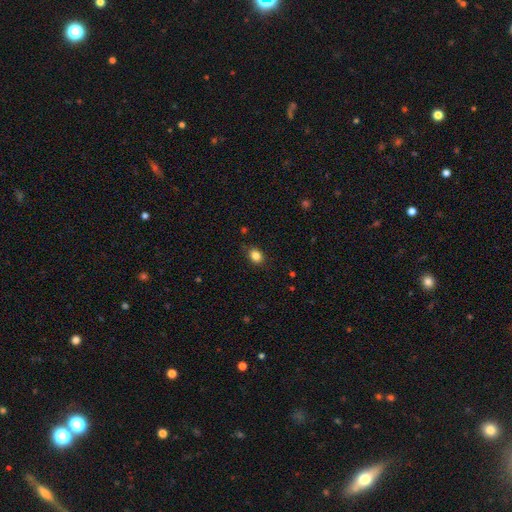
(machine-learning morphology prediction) A smooth galaxy with no disk features (85%) that is in between round and cigar-shaped (60%).

Vote fractions:
- Smooth or featured? smooth: 85% / star or artifact: 10% / featured or disk: 5%
- How rounded? in between: 60% / round: 39% / cigar-shaped: 1%
- Merging? none: 83% / minor disturbance: 13% / major disturbance: 3% / merger: 1%